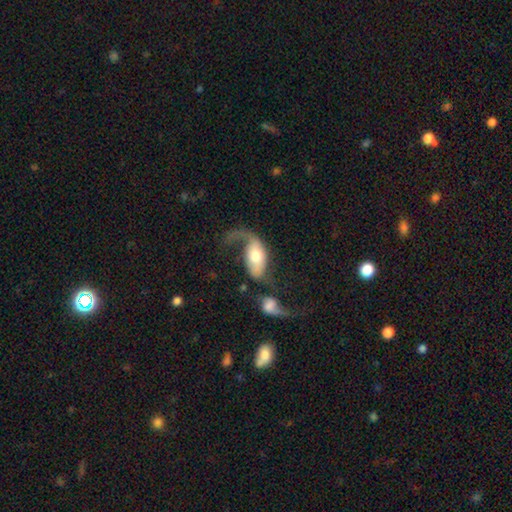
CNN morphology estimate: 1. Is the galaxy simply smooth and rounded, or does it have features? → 50% featured or disk, 43% smooth, 7% star or artifact.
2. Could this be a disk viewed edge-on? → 89% no, 11% yes.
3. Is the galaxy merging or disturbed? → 39% major disturbance, 29% merger, 19% none, 13% minor disturbance.